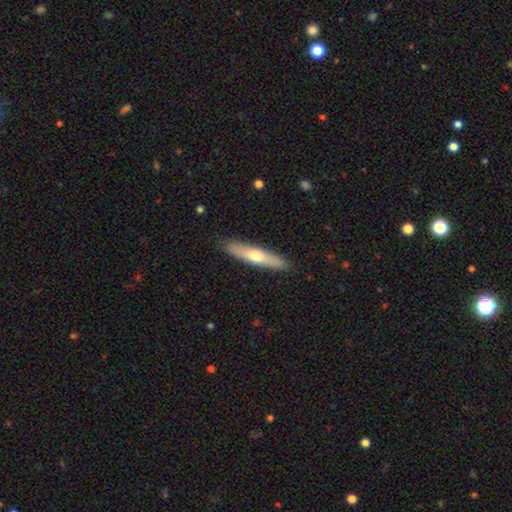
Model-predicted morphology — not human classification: Smooth or featured? smooth (55%)
How rounded? cigar-shaped (82%)
Merging? none (88%)